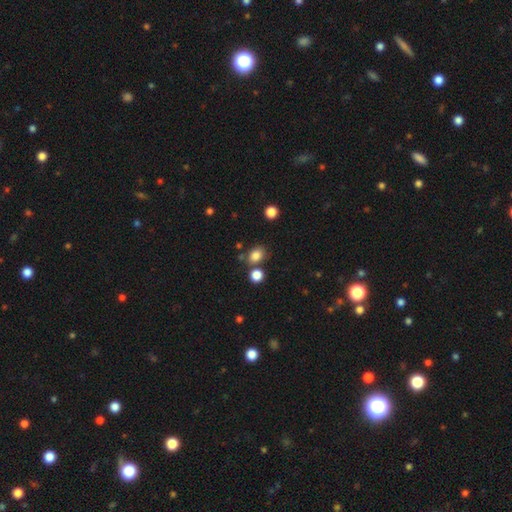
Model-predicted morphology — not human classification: smooth-or-featured: smooth: 83% | star or artifact: 12% | featured or disk: 6%
  how-rounded: in between: 56% | round: 43% | cigar-shaped: 1%
  merging: none: 71% | merger: 14% | minor disturbance: 12% | major disturbance: 4%